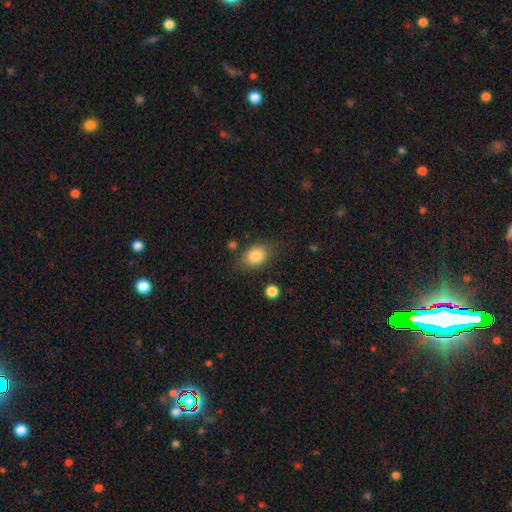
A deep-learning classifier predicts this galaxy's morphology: Smooth or featured?
  - smooth: 84% *
  - star or artifact: 9%
  - featured or disk: 8%
How rounded?
  - in between: 69% *
  - round: 30%
  - cigar-shaped: 1%
Merging?
  - none: 77% *
  - minor disturbance: 15%
  - major disturbance: 5%
  - merger: 3%